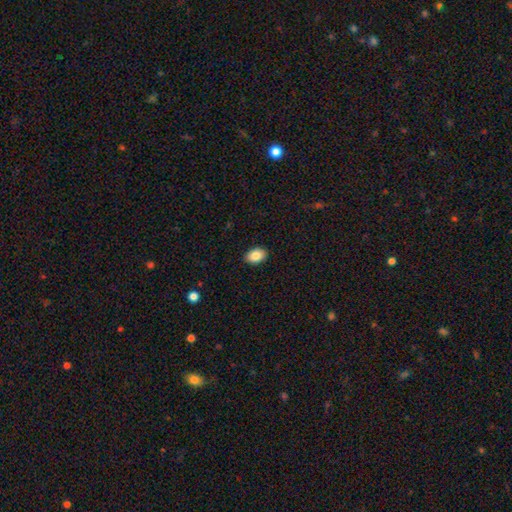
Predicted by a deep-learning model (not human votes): This appears to be a smooth galaxy with no disk features (86%) that is in between round and cigar-shaped (85%). Merging: none (90%).